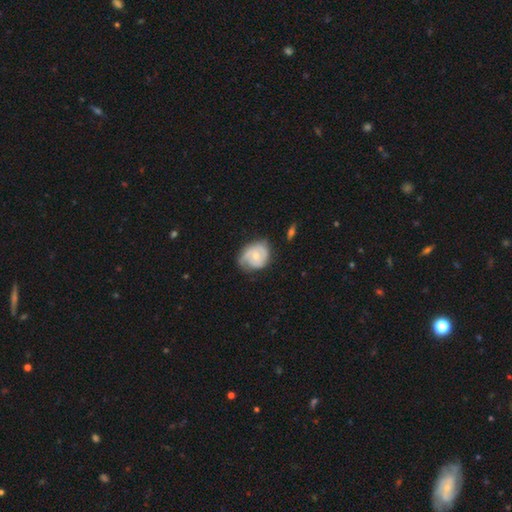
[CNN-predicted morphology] This appears to be a featured or disk galaxy (58%) with no bar (75%), spiral arms (76%) and a moderate central bulge (52%). Merging: none (50%).